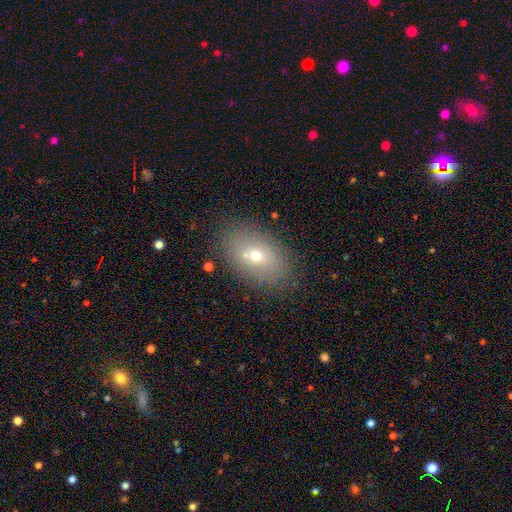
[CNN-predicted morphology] The model was most divided on "smooth or featured": smooth: 63%, featured or disk: 24%, star or artifact: 13%. More confident: how rounded — in between (84%); merging — none (75%).